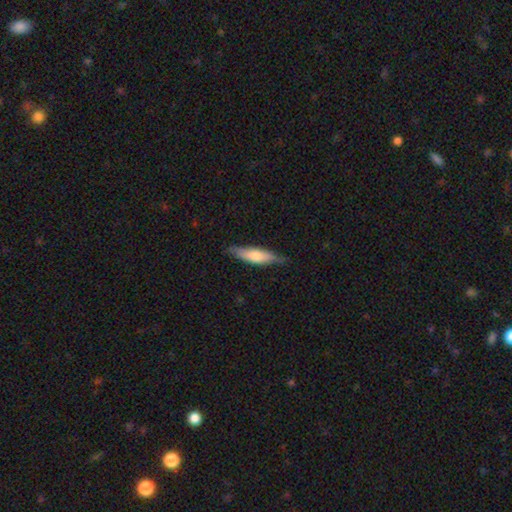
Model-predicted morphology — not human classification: This appears to be a smooth galaxy with no disk features (62%) that is cigar-shaped (72%). Merging: none (82%).